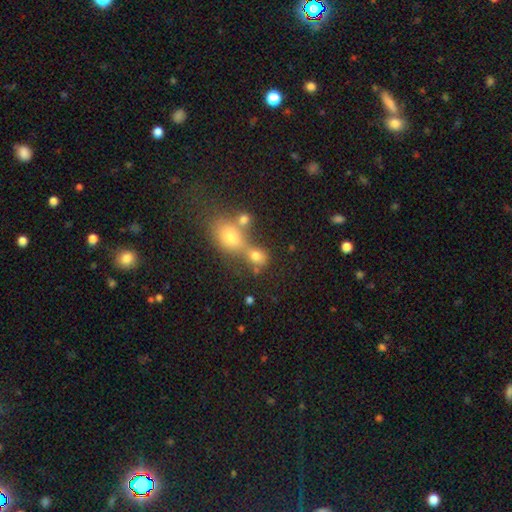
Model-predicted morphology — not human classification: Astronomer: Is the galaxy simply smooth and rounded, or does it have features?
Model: smooth — 73%.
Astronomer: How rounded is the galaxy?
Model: round — 49%, tied with in between at 49%.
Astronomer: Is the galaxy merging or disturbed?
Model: merger — 50% (runner-up: none, 34%).